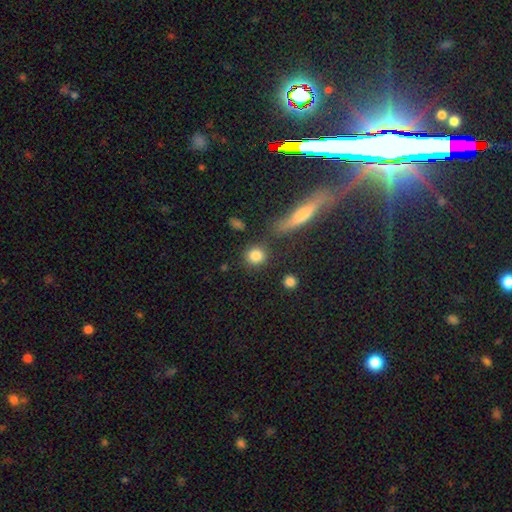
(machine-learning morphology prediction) This is clearly a smooth galaxy (84%). How rounded: likely round (79%). Merging: likely none (76%).